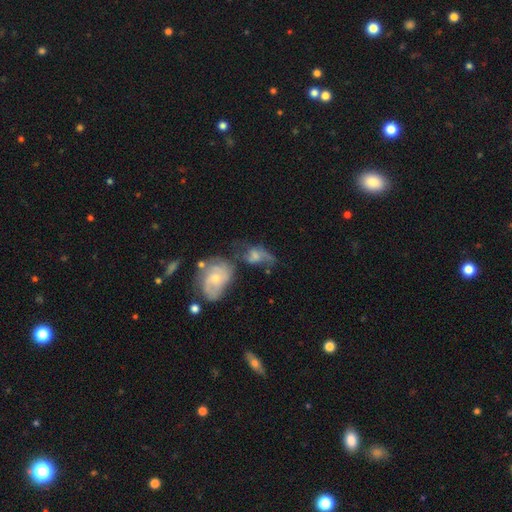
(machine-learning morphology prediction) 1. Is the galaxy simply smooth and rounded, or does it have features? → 48% featured or disk, 41% smooth, 11% star or artifact.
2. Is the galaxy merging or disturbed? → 31% merger, 26% major disturbance, 23% none, 19% minor disturbance.